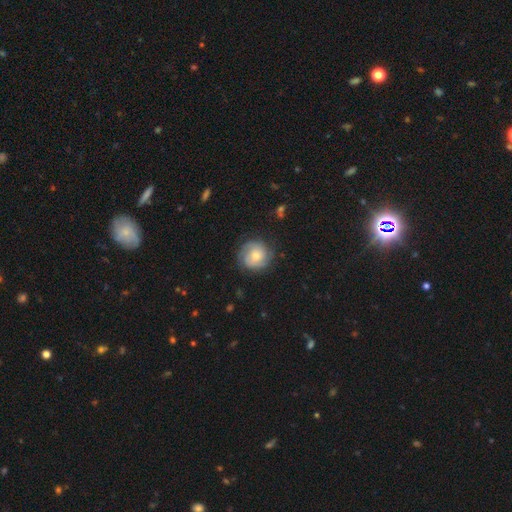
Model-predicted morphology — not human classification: smooth_or_featured: featured or disk (p=0.59) [alt: smooth p=0.34]
disk_edge_on: no (p=0.98) [alt: yes p=0.02]
bar: no (p=0.70) [alt: weak p=0.25]
has_spiral_arms: yes (p=0.90) [alt: no p=0.10]
spiral_winding: tight (p=0.60) [alt: medium p=0.30]
spiral_arm_count: 2 (p=0.53) [alt: can't tell p=0.23]
bulge_size: small (p=0.43) [alt: moderate p=0.42]
merging: none (p=0.78) [alt: minor disturbance p=0.15]